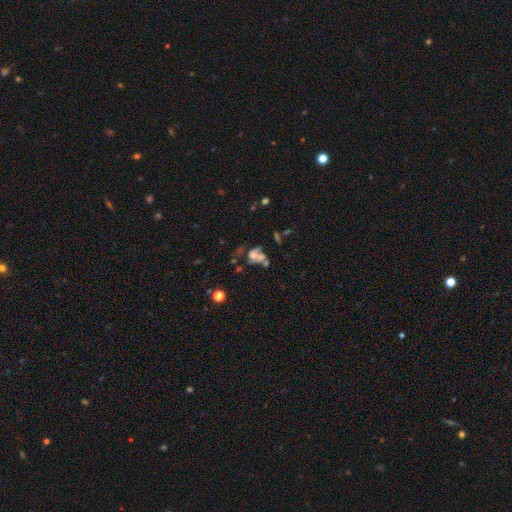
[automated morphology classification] featured or disk 41%, smooth 40%, star or artifact 20%. Down the decision tree: merging — merger (42%).